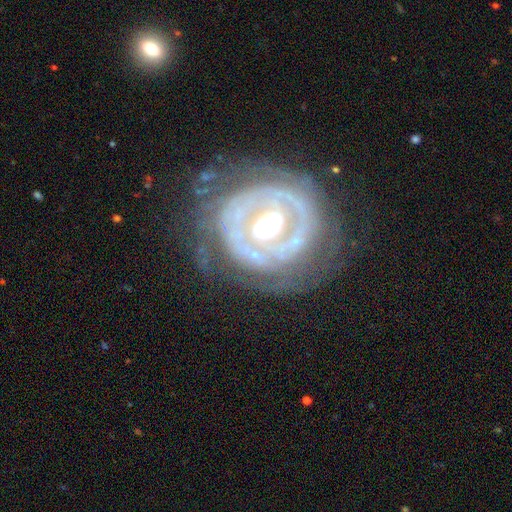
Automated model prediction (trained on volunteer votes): Overall: featured or disk (83%). Edge-on disk: no (96%). Bar: no (46%; weak 28%). Spiral arms: yes (68%; no 32%). Spiral arm count: can't tell (41%; 2 29%). Spiral winding: tight (68%). Bulge size: moderate (56%; large 33%). Merging: none (64%).